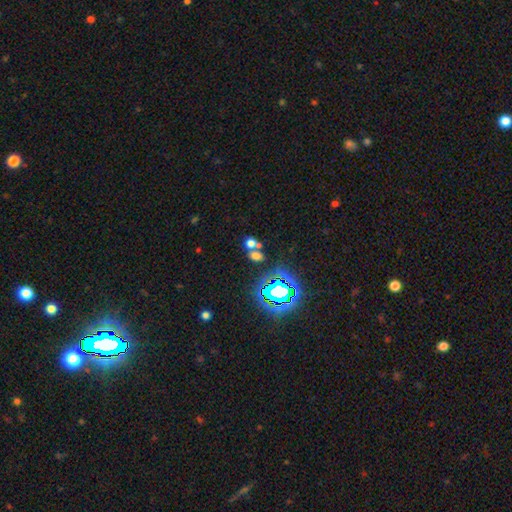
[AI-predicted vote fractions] The model was most divided on "merging": merger: 47%, none: 42%, minor disturbance: 7%, major disturbance: 4%. More confident: smooth or featured — smooth (57%); how rounded — in between (56%).